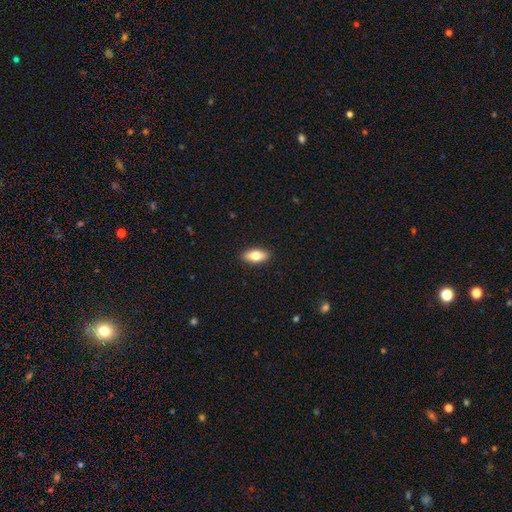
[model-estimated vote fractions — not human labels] smooth-or-featured: smooth: 76% | featured or disk: 18% | star or artifact: 7%
  how-rounded: in between: 85% | cigar-shaped: 12% | round: 4%
  merging: none: 90% | minor disturbance: 7% | major disturbance: 2% | merger: 1%